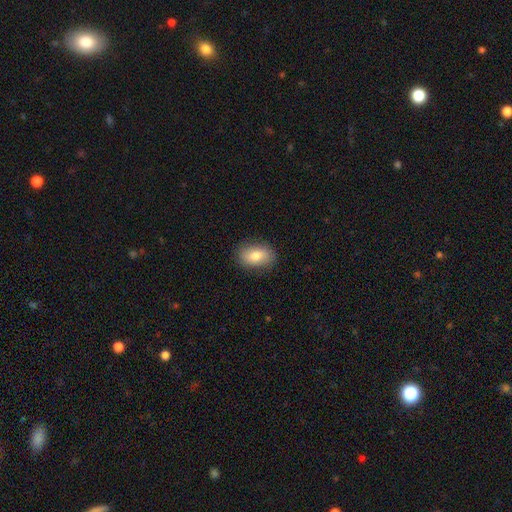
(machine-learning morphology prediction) smooth_or_featured: smooth (p=0.77) [alt: featured or disk p=0.16]
how_rounded: in between (p=0.86) [alt: round p=0.13]
merging: none (p=0.86) [alt: minor disturbance p=0.11]